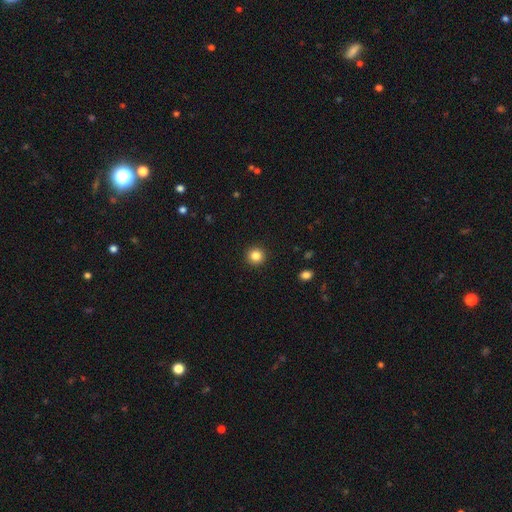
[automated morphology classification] The model was most divided on "smooth or featured": smooth: 84%, star or artifact: 11%, featured or disk: 5%. More confident: how rounded — round (95%); merging — none (93%).